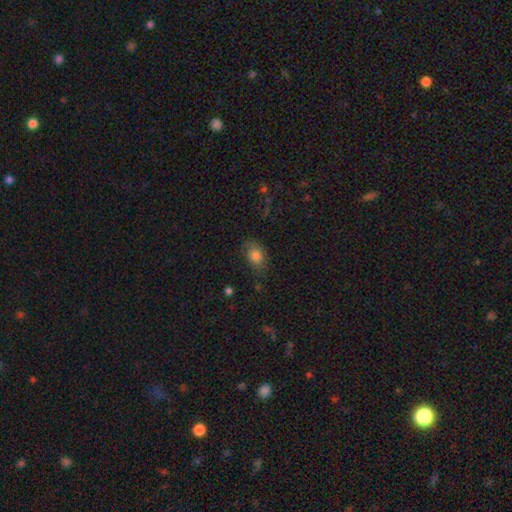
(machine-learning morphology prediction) Smooth or featured: smooth — 79% (star or artifact — 11%)
How rounded: in between — 72% (round — 26%)
Merging: none — 66% (minor disturbance — 24%)